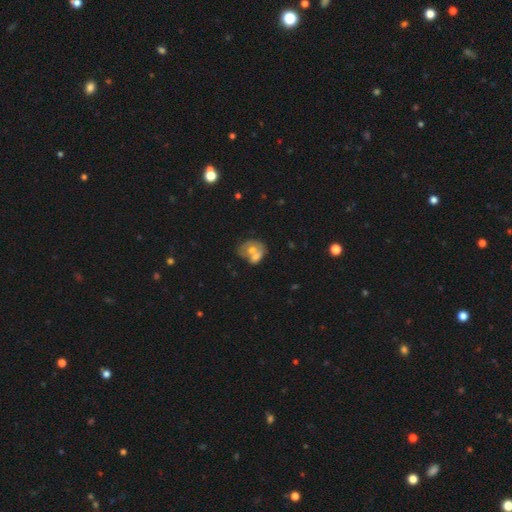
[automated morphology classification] Q: Smooth or featured?
A: smooth (49%); runner-up: featured or disk (44%)
Q: Merging?
A: merger (61%); runner-up: none (21%)